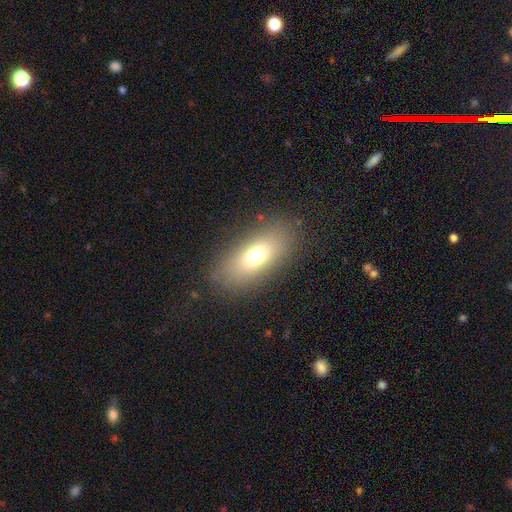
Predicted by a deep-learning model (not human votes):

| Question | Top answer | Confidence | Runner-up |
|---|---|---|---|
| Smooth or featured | smooth | 70% | featured or disk (19%) |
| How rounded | in between | 81% | cigar-shaped (13%) |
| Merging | none | 84% | minor disturbance (10%) |